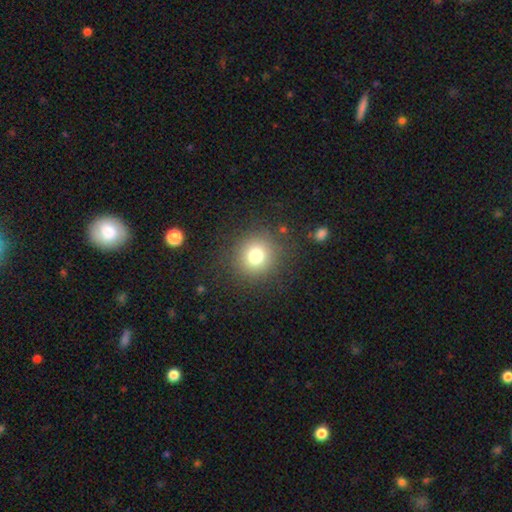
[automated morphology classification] Overall: smooth (76%). How rounded: round (92%). Merging: none (87%).